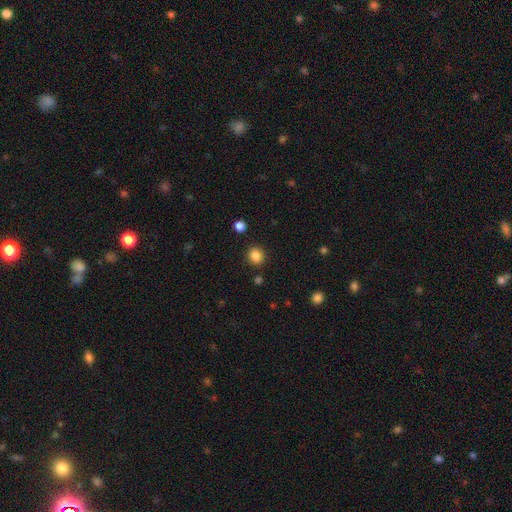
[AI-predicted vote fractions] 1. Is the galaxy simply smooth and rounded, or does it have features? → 85% smooth, 11% star or artifact, 4% featured or disk.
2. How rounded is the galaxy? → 80% round, 19% in between, 1% cigar-shaped.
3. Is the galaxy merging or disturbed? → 88% none, 7% minor disturbance, 2% major disturbance, 2% merger.